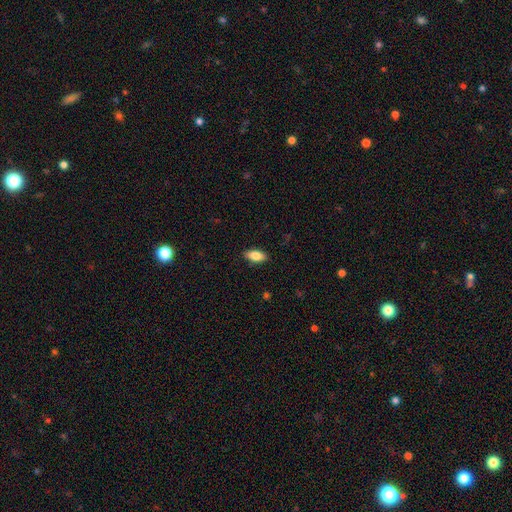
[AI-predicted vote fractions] Morphology: type=smooth (81%); roundness=in between (88%); merging=none (88%).